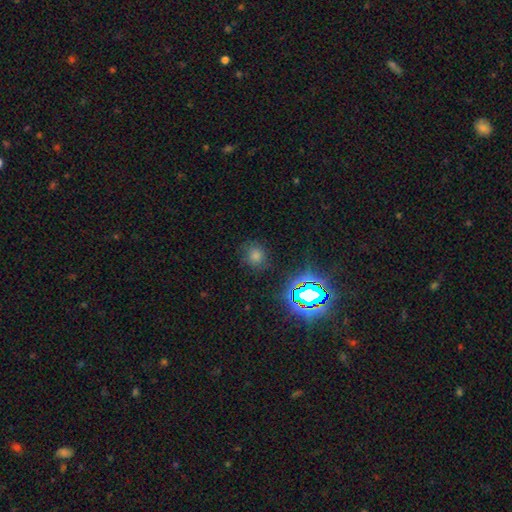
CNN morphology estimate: Overall: smooth (52%; star or artifact 40%). How rounded: round (85%). Merging: none (84%).